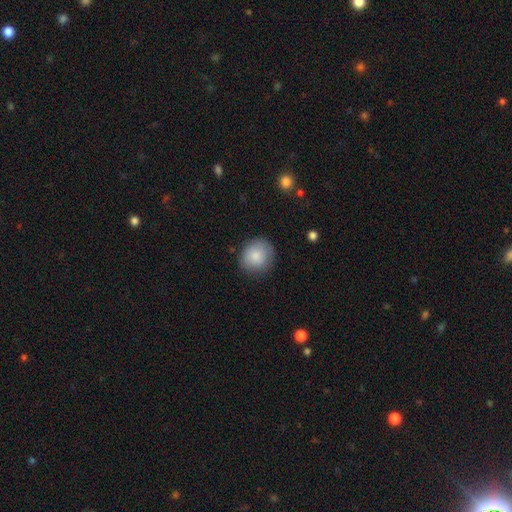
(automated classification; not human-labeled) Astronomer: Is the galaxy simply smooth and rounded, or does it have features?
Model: smooth — 85%.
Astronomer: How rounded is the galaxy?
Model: round — 82%.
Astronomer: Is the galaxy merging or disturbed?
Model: none — 82%.